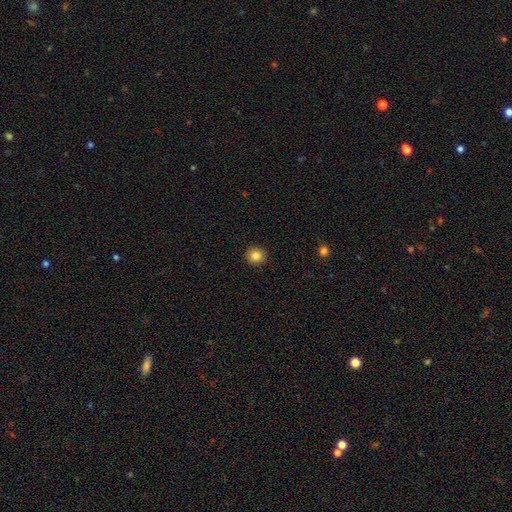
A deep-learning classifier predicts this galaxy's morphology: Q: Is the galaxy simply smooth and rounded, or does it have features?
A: smooth — 84%.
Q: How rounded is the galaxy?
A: round — 93%.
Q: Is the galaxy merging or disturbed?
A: none — 93%.